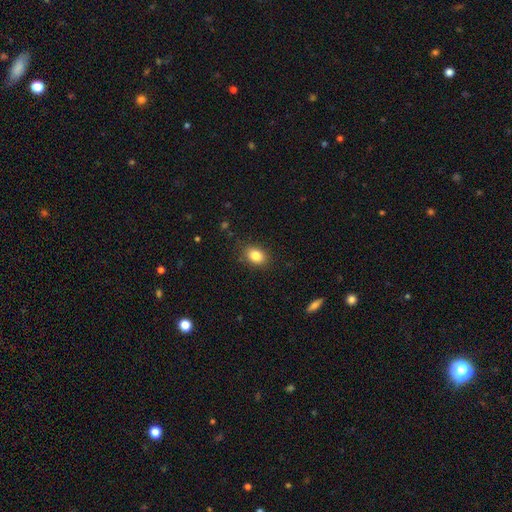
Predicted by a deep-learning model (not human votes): Smooth or featured? smooth (84%)
How rounded? in between (72%)
Merging? none (85%)